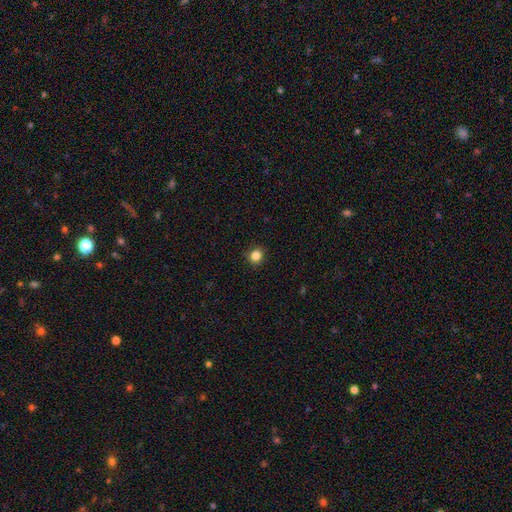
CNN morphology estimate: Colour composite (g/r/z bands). It shows a smooth galaxy with no disk features (85%) that is round (82%). Merging: none (91%).